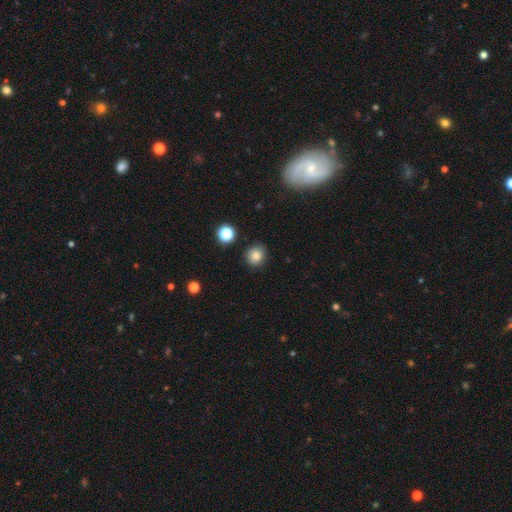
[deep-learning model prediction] Smooth or featured?
  - smooth: 83% *
  - star or artifact: 12%
  - featured or disk: 5%
How rounded?
  - round: 85% *
  - in between: 14%
  - cigar-shaped: 1%
Merging?
  - none: 87% *
  - minor disturbance: 8%
  - major disturbance: 2%
  - merger: 2%